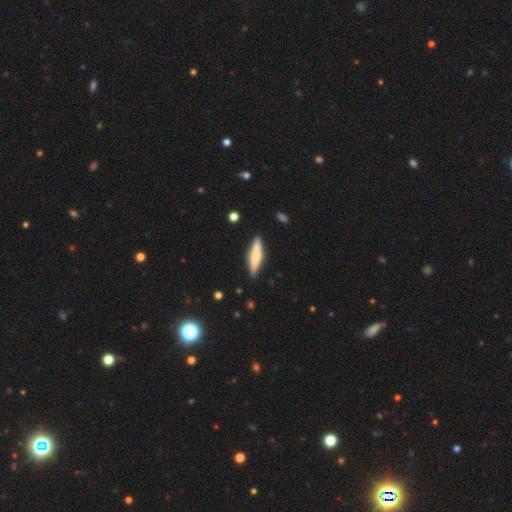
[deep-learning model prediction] This is possibly a smooth galaxy (56%). How rounded: clearly cigar-shaped (80%). Merging: clearly none (87%).